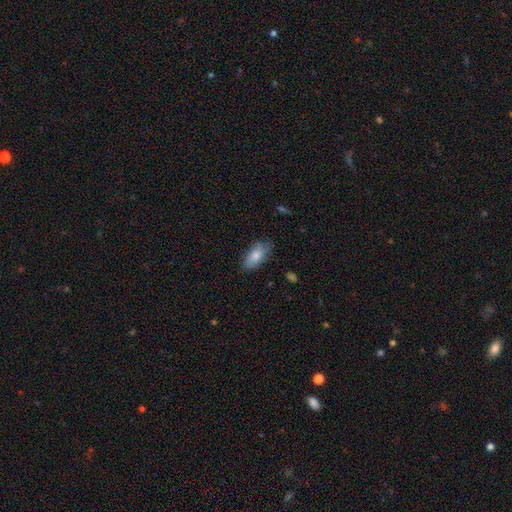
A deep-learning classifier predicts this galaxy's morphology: Overall: smooth (77%). How rounded: in between (89%). Merging: none (76%).